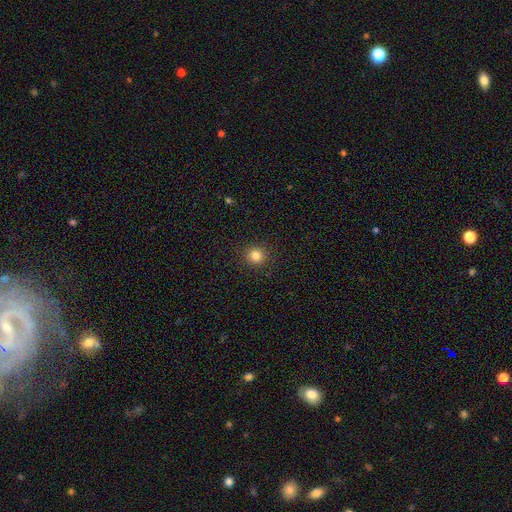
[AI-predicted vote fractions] A smooth galaxy with no disk features (82%) that is round (93%).

Vote fractions:
- Smooth or featured? smooth: 82% / star or artifact: 13% / featured or disk: 5%
- How rounded? round: 93% / in between: 6% / cigar-shaped: 1%
- Merging? none: 92% / minor disturbance: 5% / major disturbance: 2% / merger: 1%